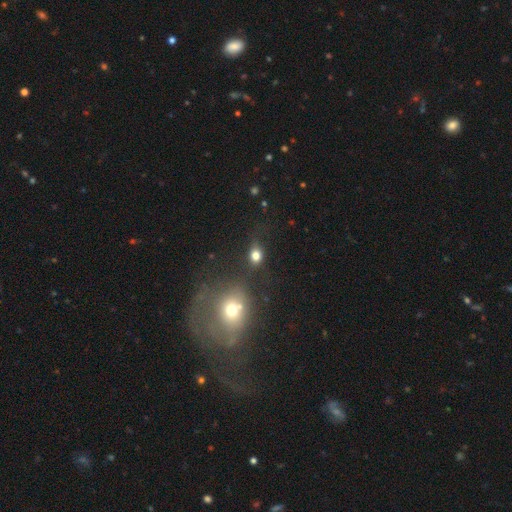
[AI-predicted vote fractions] A smooth galaxy with no disk features (75%) that is in between round and cigar-shaped (52%).

Vote fractions:
- Smooth or featured? smooth: 75% / star or artifact: 15% / featured or disk: 10%
- How rounded? in between: 52% / round: 46% / cigar-shaped: 2%
- Merging? none: 63% / minor disturbance: 19% / major disturbance: 10% / merger: 7%